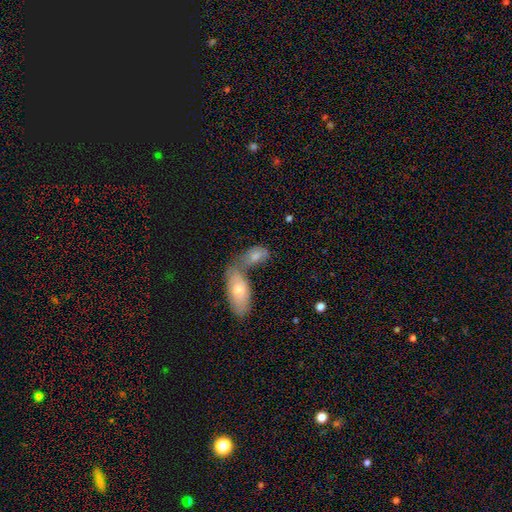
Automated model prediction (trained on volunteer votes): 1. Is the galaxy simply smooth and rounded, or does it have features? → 70% smooth, 22% featured or disk, 8% star or artifact.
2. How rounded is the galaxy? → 88% in between, 6% round, 6% cigar-shaped.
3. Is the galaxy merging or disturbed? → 56% merger, 25% none, 12% minor disturbance, 7% major disturbance.